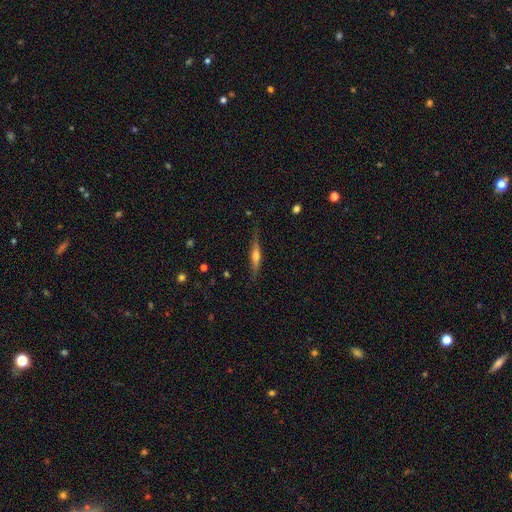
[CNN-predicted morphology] A featured or disk galaxy (64%) viewed edge-on (96%) with a rounded central bulge (85%).

Vote fractions:
- Smooth or featured? featured or disk: 64% / smooth: 30% / star or artifact: 7%
- Edge-on disk? yes: 96% / no: 4%
- Edge-on bulge? rounded: 85% / boxy: 8% / none: 7%
- Merging? none: 82% / minor disturbance: 14% / major disturbance: 3% / merger: 1%